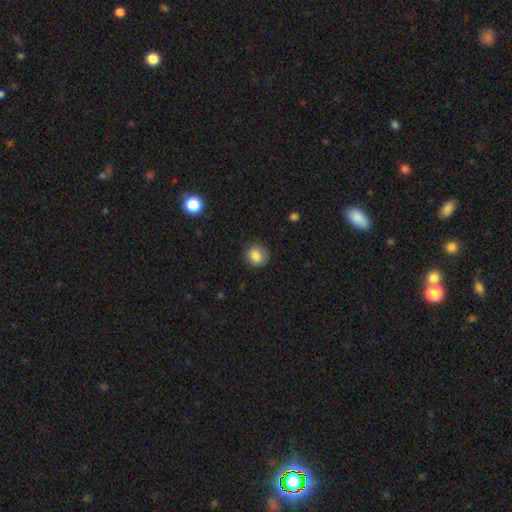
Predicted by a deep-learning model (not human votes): smooth_or_featured: smooth (p=0.84) [alt: star or artifact p=0.10]
how_rounded: round (p=0.77) [alt: in between p=0.22]
merging: none (p=0.81) [alt: minor disturbance p=0.15]